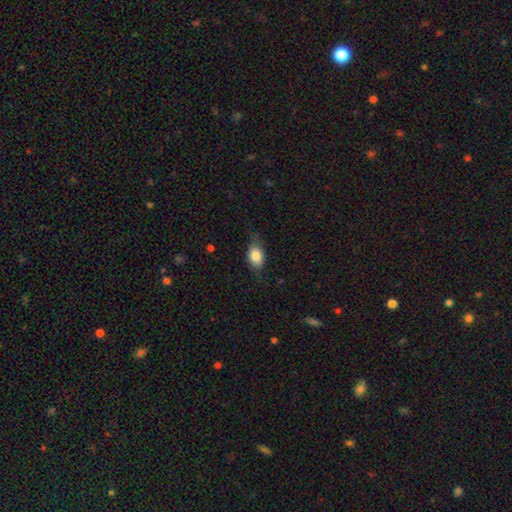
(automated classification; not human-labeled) A smooth galaxy with no disk features (79%) that is in between round and cigar-shaped (81%).

Vote fractions:
- Smooth or featured? smooth: 79% / featured or disk: 14% / star or artifact: 8%
- How rounded? in between: 81% / round: 15% / cigar-shaped: 5%
- Merging? none: 66% / minor disturbance: 25% / major disturbance: 8% / merger: 1%